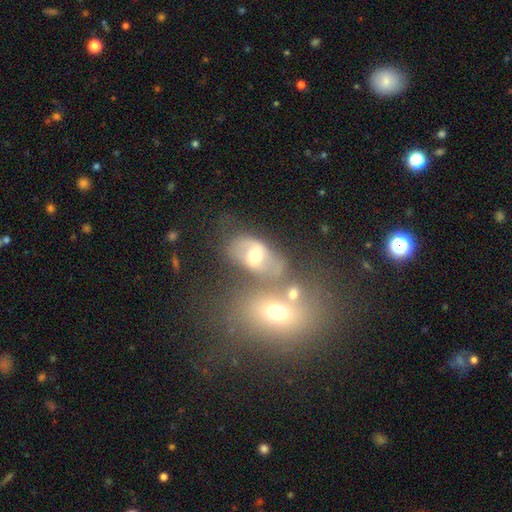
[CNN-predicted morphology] The model was most divided on "smooth or featured": smooth: 45%, featured or disk: 42%, star or artifact: 13%. Remaining: merging — none (39%).